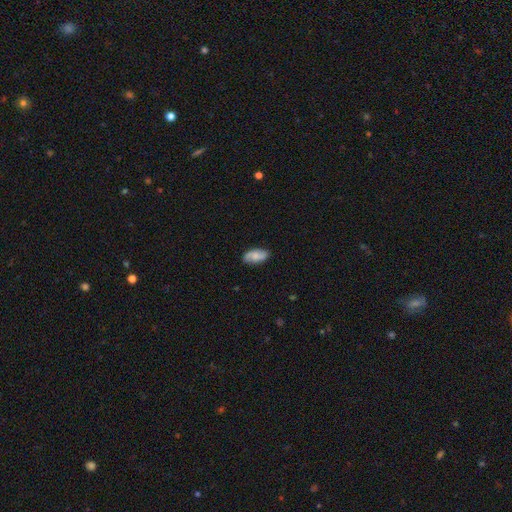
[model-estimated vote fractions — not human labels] This is possibly a smooth galaxy (52%). How rounded: clearly in between (90%). Merging: clearly none (82%).